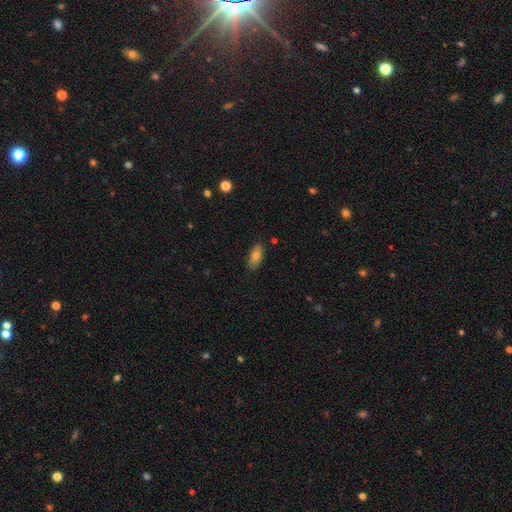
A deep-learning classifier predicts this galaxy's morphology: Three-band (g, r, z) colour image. It shows a smooth galaxy with no disk features (74%) that is in between round and cigar-shaped (90%). Merging: none (84%).